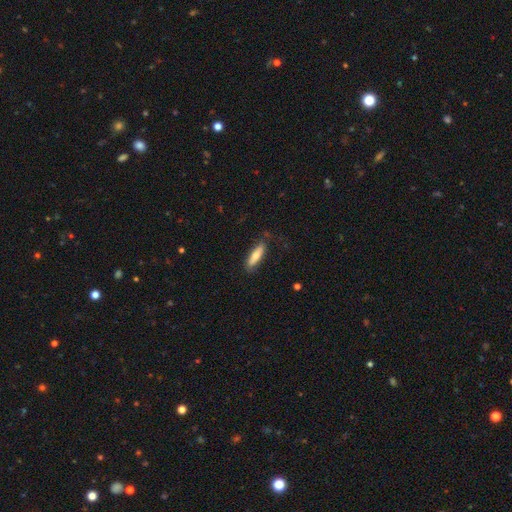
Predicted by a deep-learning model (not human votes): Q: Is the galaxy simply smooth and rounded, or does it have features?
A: smooth — 69%.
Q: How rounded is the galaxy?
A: cigar-shaped — 62%.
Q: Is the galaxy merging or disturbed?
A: none — 77%.